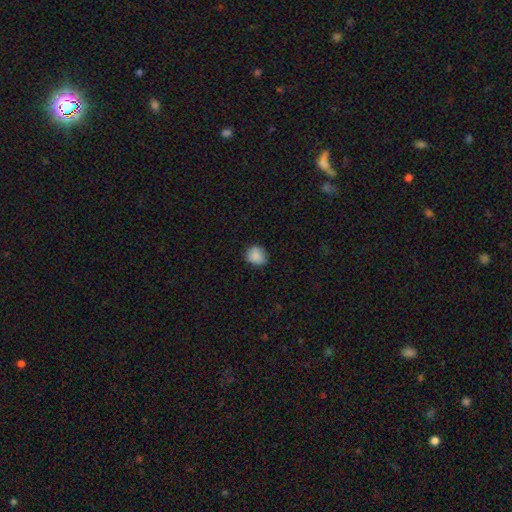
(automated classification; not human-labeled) Q: Smooth or featured?
A: smooth (88%); runner-up: star or artifact (8%)
Q: How rounded?
A: round (72%); runner-up: in between (28%)
Q: Merging?
A: none (80%); runner-up: minor disturbance (16%)